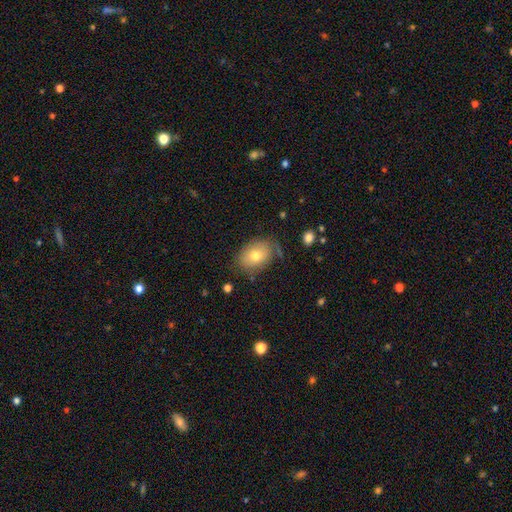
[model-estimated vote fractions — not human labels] smooth 73%, featured or disk 19%, star or artifact 9%. Down the decision tree: how rounded — in between (74%); merging — none (68%).